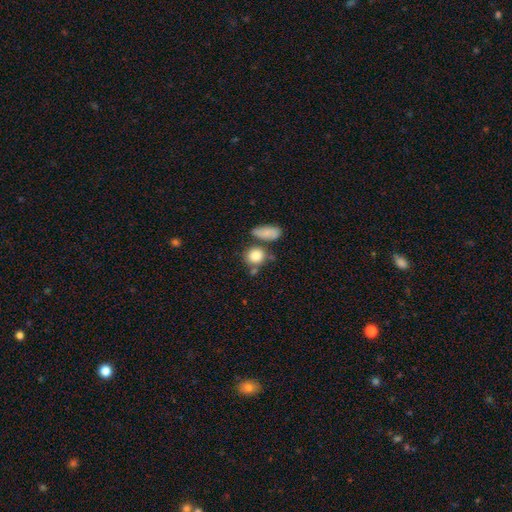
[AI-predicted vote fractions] A smooth galaxy with no disk features (83%) that is round (77%). Merging: none (58%).